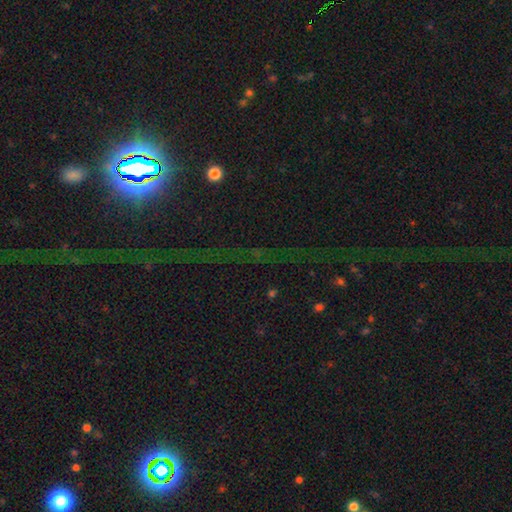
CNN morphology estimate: This appears to be a star or artifact, not a galaxy (81%).